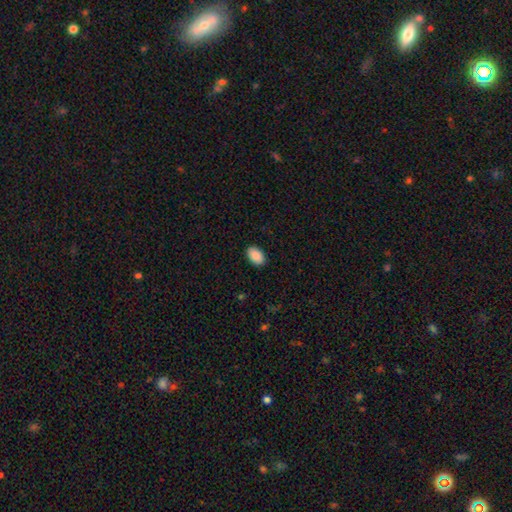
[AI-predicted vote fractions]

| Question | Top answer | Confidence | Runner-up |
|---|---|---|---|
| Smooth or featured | smooth | 91% | star or artifact (7%) |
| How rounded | in between | 92% | round (7%) |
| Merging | none | 90% | minor disturbance (7%) |